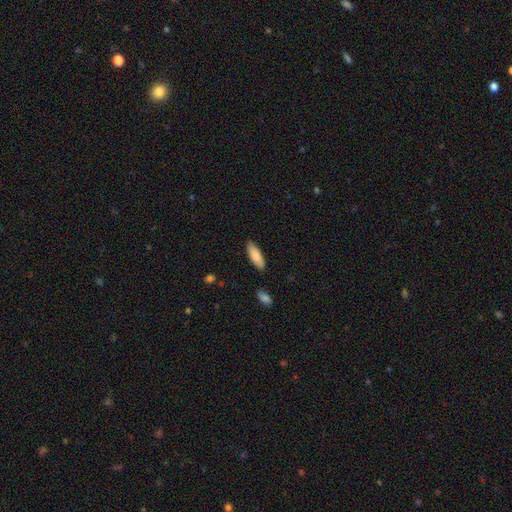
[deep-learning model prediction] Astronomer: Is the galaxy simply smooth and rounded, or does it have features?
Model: smooth — 85%.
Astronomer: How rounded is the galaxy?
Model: in between — 59% (runner-up: cigar-shaped, 39%).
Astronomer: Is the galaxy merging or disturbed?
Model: none — 86%.